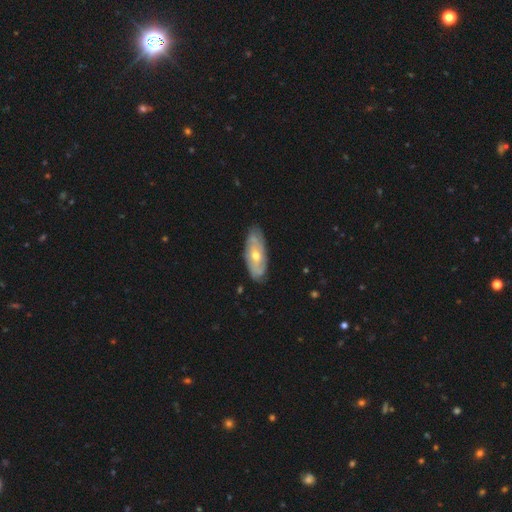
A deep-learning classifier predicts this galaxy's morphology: Overall: featured or disk (64%; smooth 30%). Edge-on disk: no (83%). Bar: no (75%). Spiral arms: yes (69%; no 31%). Bulge size: moderate (64%; small 32%). Merging: none (81%).